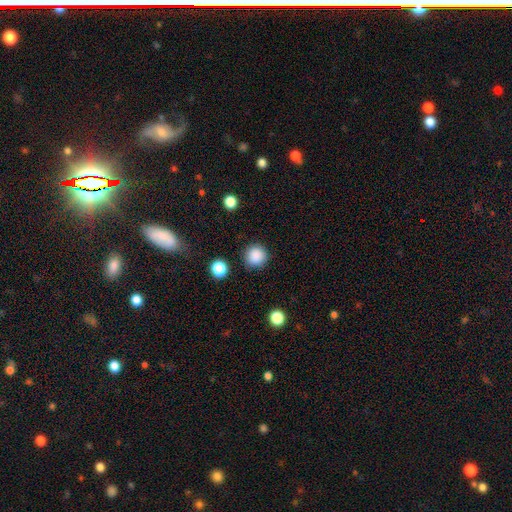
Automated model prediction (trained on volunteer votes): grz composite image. It shows a smooth galaxy with no disk features (87%) that is round (95%). Merging: none (89%).